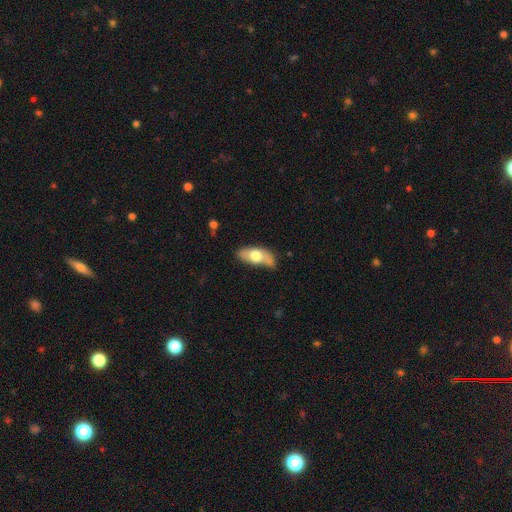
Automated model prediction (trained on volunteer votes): smooth-or-featured: smooth: 58% | featured or disk: 36% | star or artifact: 6%
  how-rounded: in between: 82% | cigar-shaped: 14% | round: 4%
  merging: none: 53% | minor disturbance: 31% | major disturbance: 10% | merger: 6%